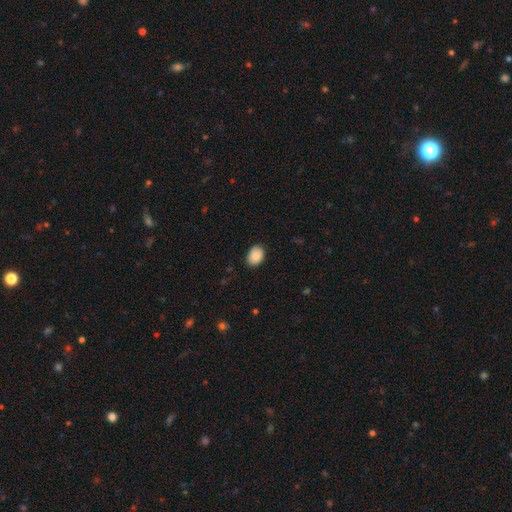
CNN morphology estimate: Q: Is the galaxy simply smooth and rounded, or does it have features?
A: smooth — 89%.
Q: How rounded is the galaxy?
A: in between — 74%.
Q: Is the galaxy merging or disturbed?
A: none — 84%.